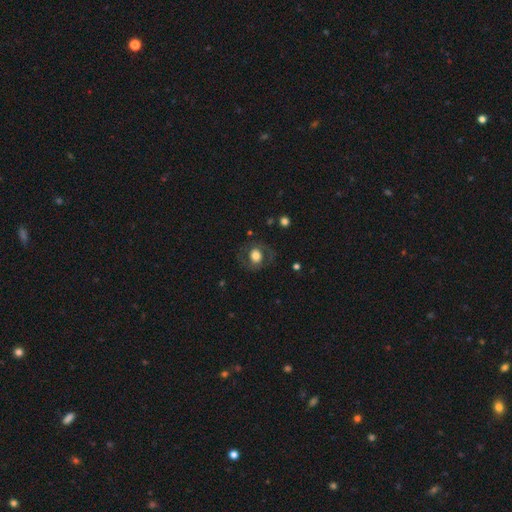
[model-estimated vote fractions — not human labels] smooth-or-featured: smooth: 54% | featured or disk: 38% | star or artifact: 8%
  how-rounded: round: 66% | in between: 33% | cigar-shaped: 1%
  merging: none: 74% | minor disturbance: 13% | major disturbance: 11% | merger: 1%